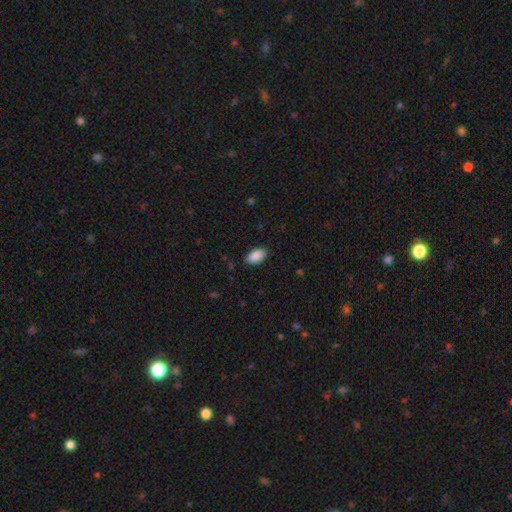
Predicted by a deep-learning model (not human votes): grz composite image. It shows a smooth galaxy with no disk features (90%) that is in between round and cigar-shaped (94%). Merging: none (85%).